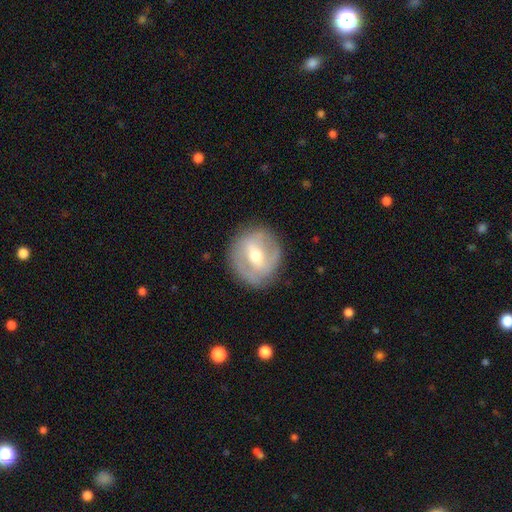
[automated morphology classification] This appears to be a featured or disk galaxy (64%) with a weak bar (42%), spiral arms (52%) and a moderate central bulge (70%). Merging: none (82%).